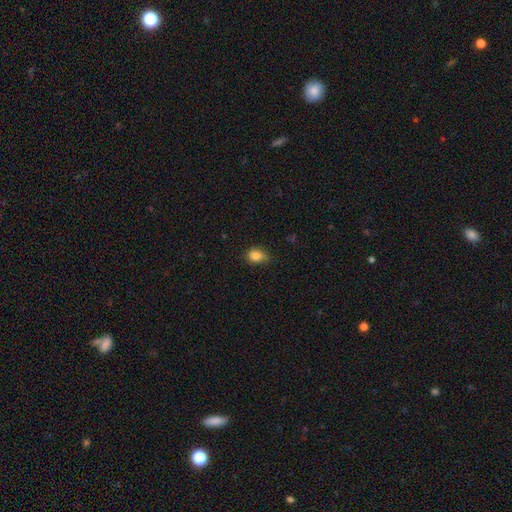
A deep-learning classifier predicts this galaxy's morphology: smooth 85%, star or artifact 10%, featured or disk 5%. Down the decision tree: how rounded — in between (58%); merging — none (63%).